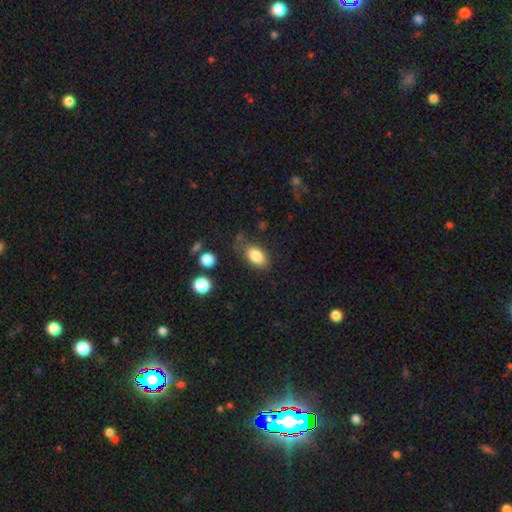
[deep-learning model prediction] Smooth or featured?
  - smooth: 84% *
  - star or artifact: 8%
  - featured or disk: 8%
How rounded?
  - in between: 90% *
  - round: 8%
  - cigar-shaped: 2%
Merging?
  - none: 69% *
  - minor disturbance: 20%
  - major disturbance: 7%
  - merger: 4%